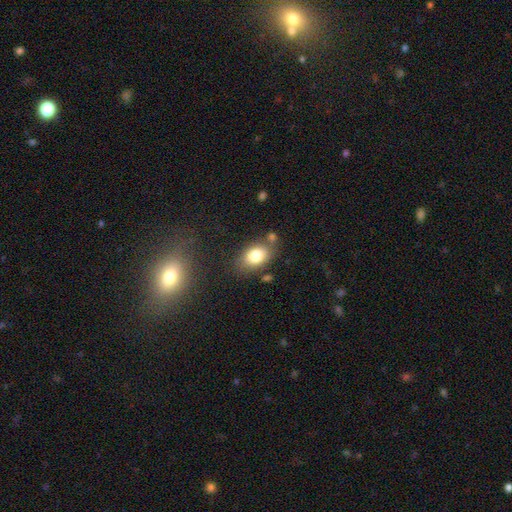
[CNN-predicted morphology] Smooth or featured?
  - smooth: 79% *
  - featured or disk: 12%
  - star or artifact: 9%
How rounded?
  - in between: 82% *
  - round: 17%
  - cigar-shaped: 1%
Merging?
  - none: 71% *
  - minor disturbance: 16%
  - merger: 9%
  - major disturbance: 5%